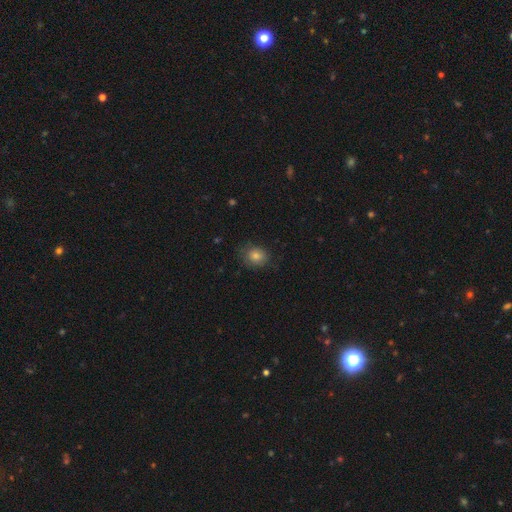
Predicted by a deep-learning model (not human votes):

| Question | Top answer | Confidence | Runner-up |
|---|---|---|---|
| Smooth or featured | smooth | 78% | star or artifact (12%) |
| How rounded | round | 66% | in between (33%) |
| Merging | none | 77% | minor disturbance (17%) |